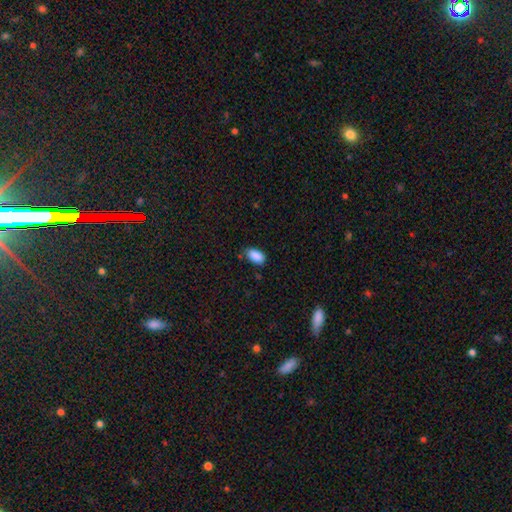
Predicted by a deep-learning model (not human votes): Morphology: type=smooth (89%); roundness=in between (93%); merging=none (75%).